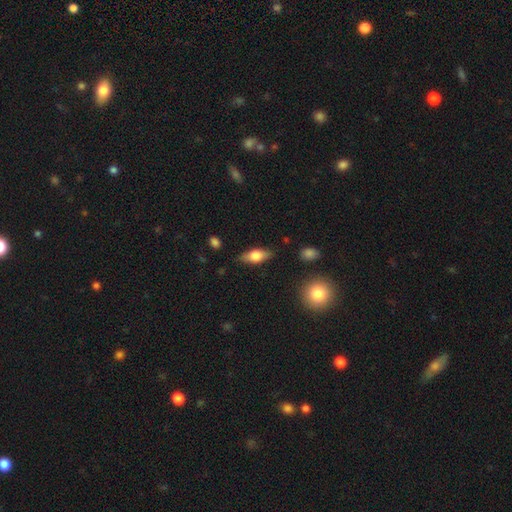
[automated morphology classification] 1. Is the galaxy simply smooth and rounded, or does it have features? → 61% smooth, 32% featured or disk, 7% star or artifact.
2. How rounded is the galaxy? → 76% in between, 20% cigar-shaped, 4% round.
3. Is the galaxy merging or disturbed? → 83% none, 13% minor disturbance, 3% major disturbance, 2% merger.